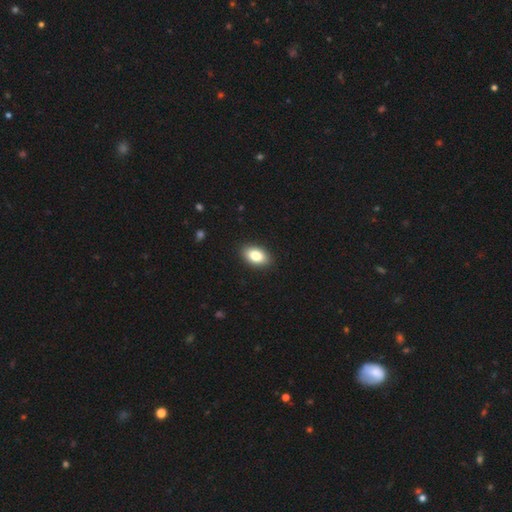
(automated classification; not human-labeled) smooth-or-featured: smooth: 83% | featured or disk: 9% | star or artifact: 8%
  how-rounded: in between: 90% | round: 8% | cigar-shaped: 2%
  merging: none: 90% | minor disturbance: 7% | major disturbance: 2% | merger: 1%